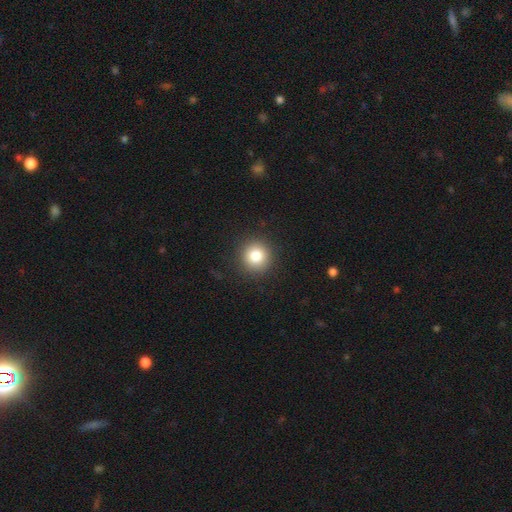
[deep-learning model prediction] Smooth or featured? Predicted: smooth (p=0.83). How rounded? Predicted: round (p=0.93). Merging? Predicted: none (p=0.90).